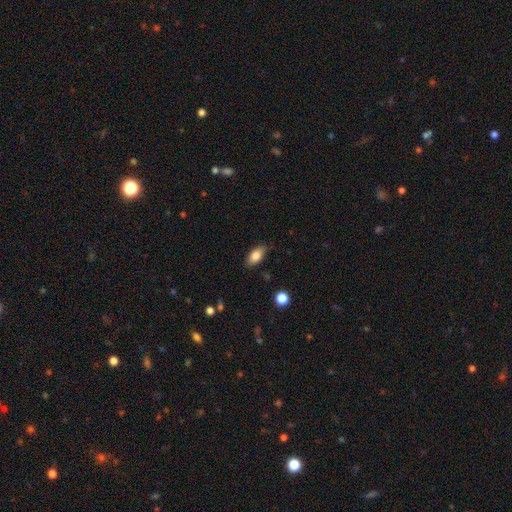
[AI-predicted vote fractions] The model was most divided on "merging": none: 82%, minor disturbance: 14%, major disturbance: 3%, merger: 1%. More confident: how rounded — in between (89%); smooth or featured — smooth (82%).